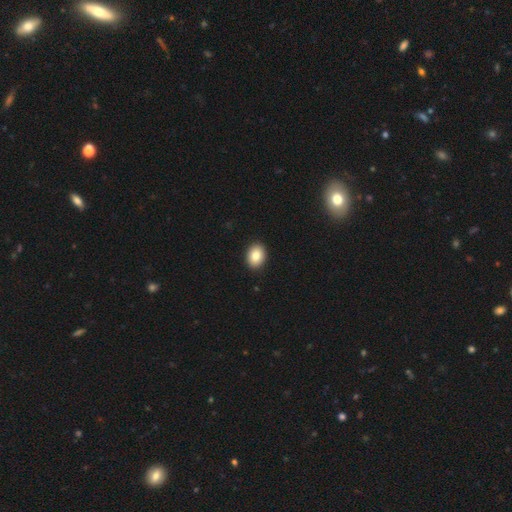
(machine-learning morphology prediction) A smooth galaxy with no disk features (85%) that is in between round and cigar-shaped (69%). Merging: none (91%).